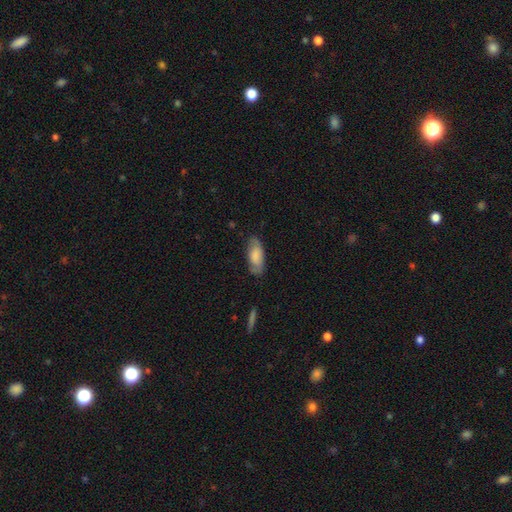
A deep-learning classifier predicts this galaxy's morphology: This appears to be a smooth galaxy with no disk features (71%) that is in between round and cigar-shaped (85%). Merging: none (75%).